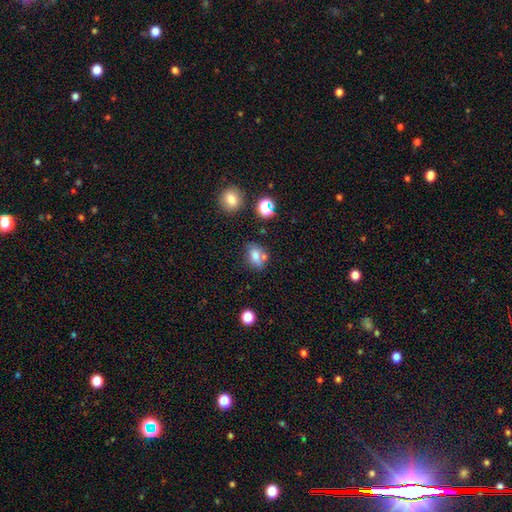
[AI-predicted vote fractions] Smooth or featured?
  - smooth: 72% *
  - featured or disk: 14%
  - star or artifact: 13%
How rounded?
  - in between: 66% *
  - round: 32%
  - cigar-shaped: 2%
Merging?
  - none: 60% *
  - merger: 18%
  - minor disturbance: 17%
  - major disturbance: 5%